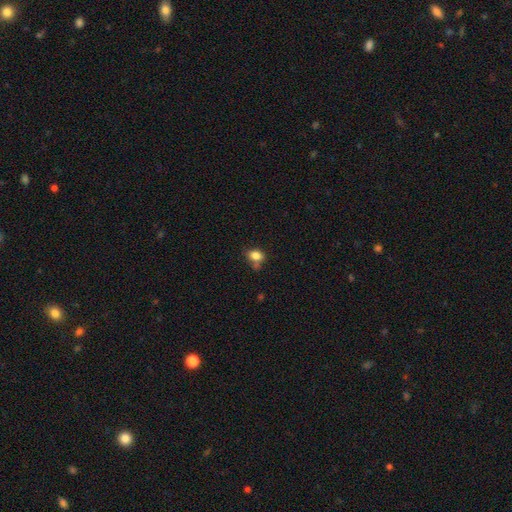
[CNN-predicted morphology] This appears to be a smooth galaxy with no disk features (82%) that is in between round and cigar-shaped (65%). Merging: none (51%).